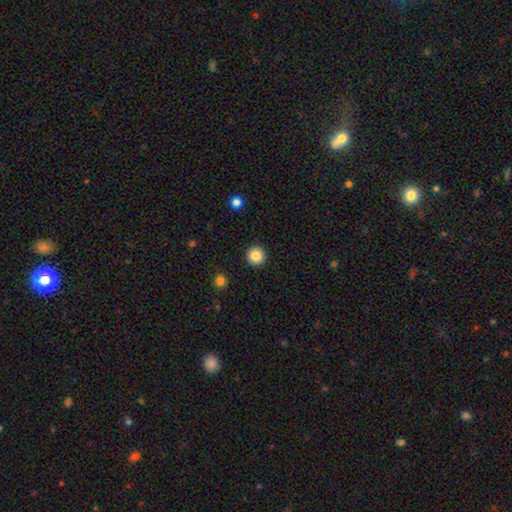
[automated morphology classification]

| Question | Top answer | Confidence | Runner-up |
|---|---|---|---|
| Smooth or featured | smooth | 85% | star or artifact (10%) |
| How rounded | round | 96% | in between (3%) |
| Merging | none | 93% | minor disturbance (4%) |